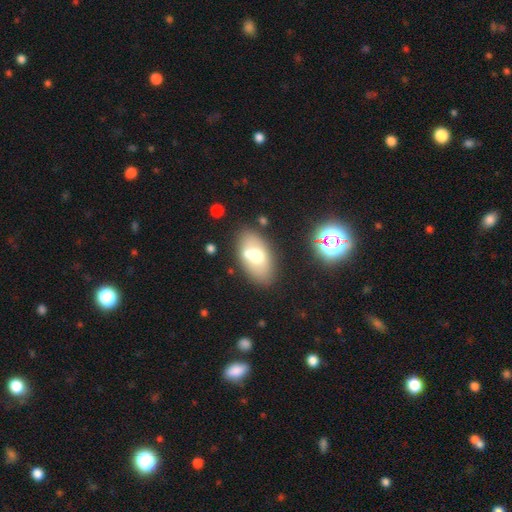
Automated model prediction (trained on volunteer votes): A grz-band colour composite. It shows a smooth galaxy with no disk features (60%) that is in between round and cigar-shaped (90%). Merging: none (70%).